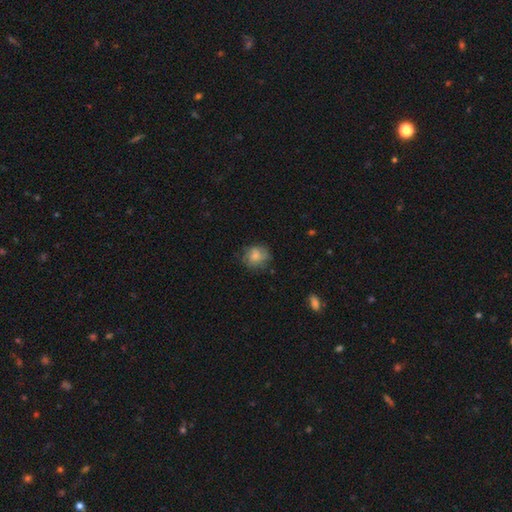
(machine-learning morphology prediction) smooth 73%, featured or disk 19%, star or artifact 9%. Down the decision tree: how rounded — round (67%); merging — none (65%).